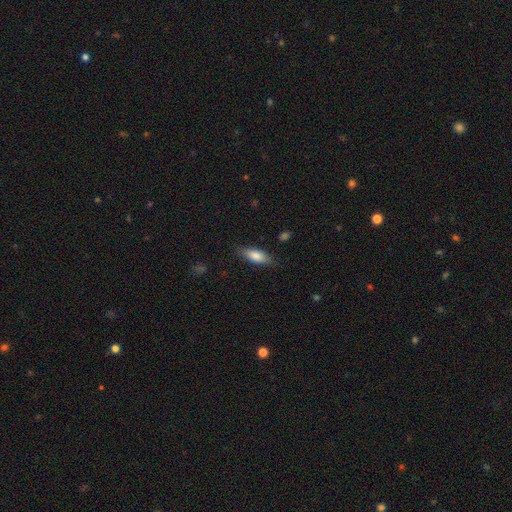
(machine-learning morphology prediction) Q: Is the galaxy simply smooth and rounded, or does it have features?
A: smooth — 81%.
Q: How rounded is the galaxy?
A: in between — 75%.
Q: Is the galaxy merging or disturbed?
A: none — 81%.